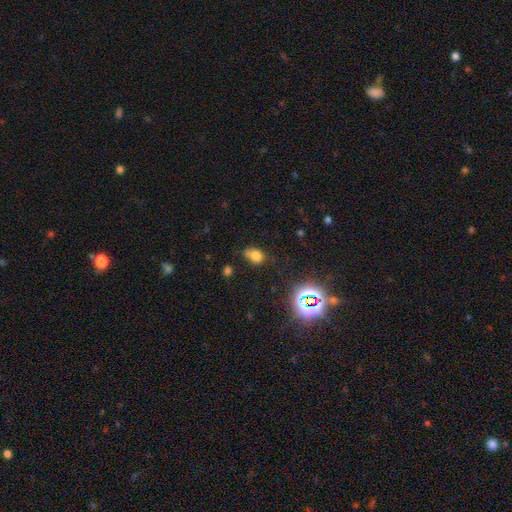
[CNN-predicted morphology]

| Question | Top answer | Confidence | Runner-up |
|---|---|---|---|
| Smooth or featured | smooth | 69% | star or artifact (20%) |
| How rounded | in between | 53% | round (46%) |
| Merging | none | 47% | minor disturbance (28%) |